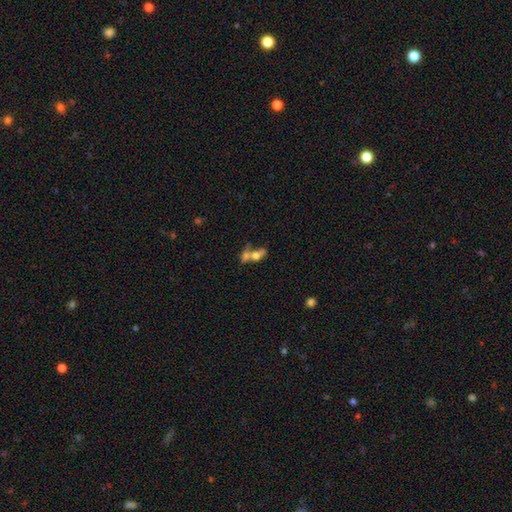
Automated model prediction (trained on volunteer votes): The model was most divided on "smooth or featured": smooth: 56%, featured or disk: 32%, star or artifact: 12%. More confident: merging — merger (65%); how rounded — in between (60%).